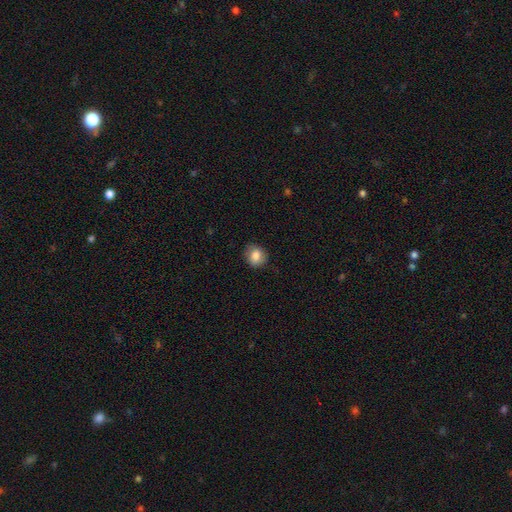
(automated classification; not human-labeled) The model was most divided on "how rounded": round: 69%, in between: 30%, cigar-shaped: 1%. More confident: merging — none (84%); smooth or featured — smooth (83%).